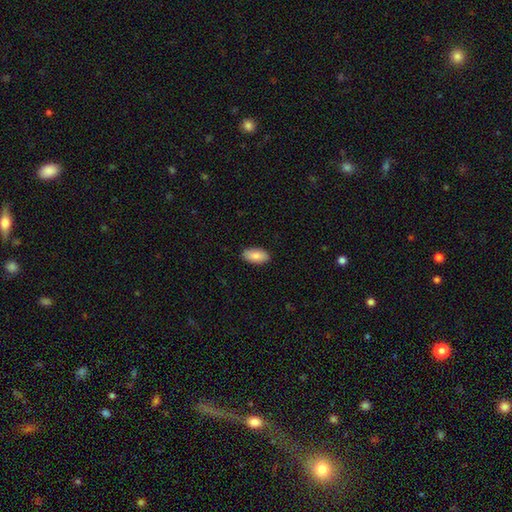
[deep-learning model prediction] smooth-or-featured: smooth: 87% | featured or disk: 7% | star or artifact: 6%
  how-rounded: in between: 93% | cigar-shaped: 5% | round: 2%
  merging: none: 88% | minor disturbance: 9% | major disturbance: 2% | merger: 1%